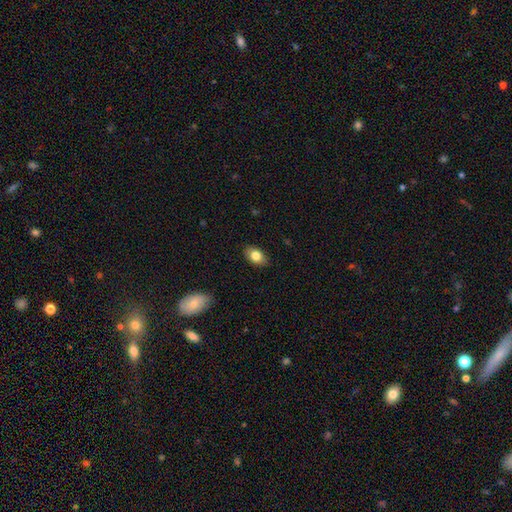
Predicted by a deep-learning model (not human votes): The model was most divided on "smooth or featured": smooth: 80%, featured or disk: 12%, star or artifact: 7%. More confident: how rounded — in between (88%); merging — none (87%).